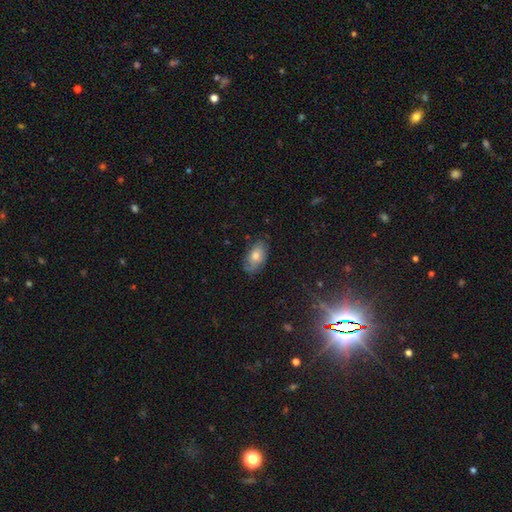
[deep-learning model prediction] Smooth or featured?
  - smooth: 57% *
  - featured or disk: 30%
  - star or artifact: 13%
How rounded?
  - in between: 91% *
  - round: 5%
  - cigar-shaped: 4%
Merging?
  - none: 76% *
  - minor disturbance: 19%
  - major disturbance: 4%
  - merger: 1%